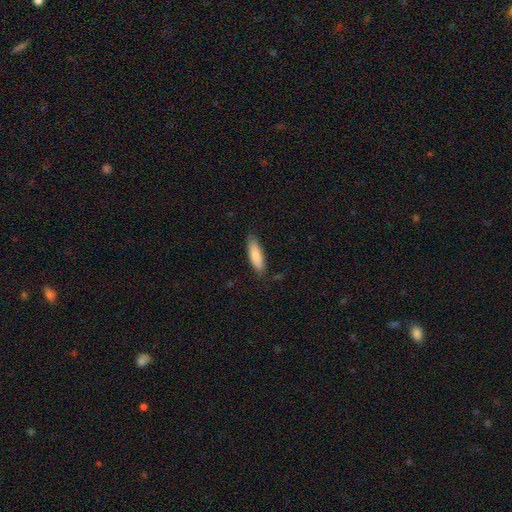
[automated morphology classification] Smooth or featured: smooth — 85% (featured or disk — 9%)
How rounded: cigar-shaped — 54% (in between — 45%)
Merging: none — 83% (minor disturbance — 13%)